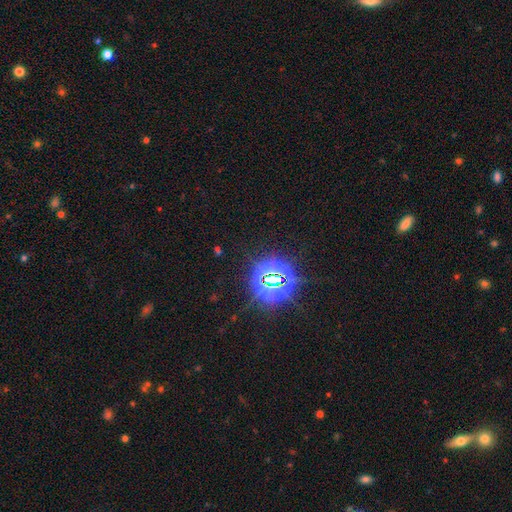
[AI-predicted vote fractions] smooth_or_featured: star or artifact (p=0.77) [alt: smooth p=0.17]